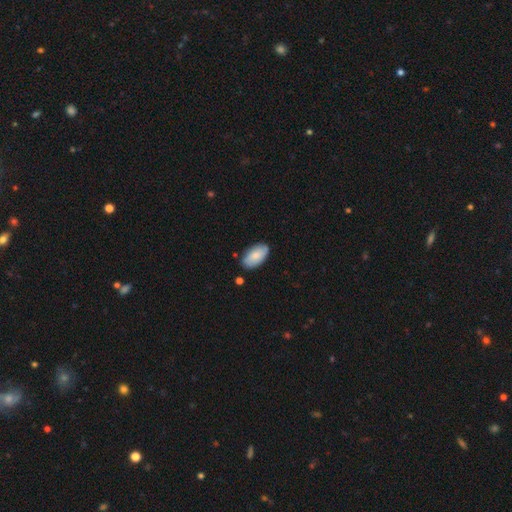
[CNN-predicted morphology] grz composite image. It shows a smooth galaxy with no disk features (77%) that is in between round and cigar-shaped (95%). Merging: none (82%).